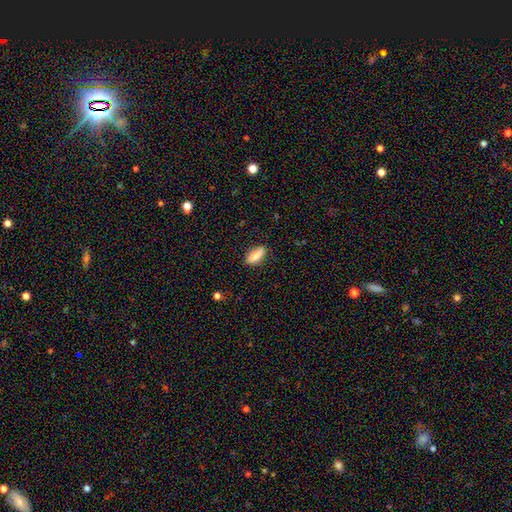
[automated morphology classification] type=smooth (81%); roundness=in between (69%); merging=none (84%).